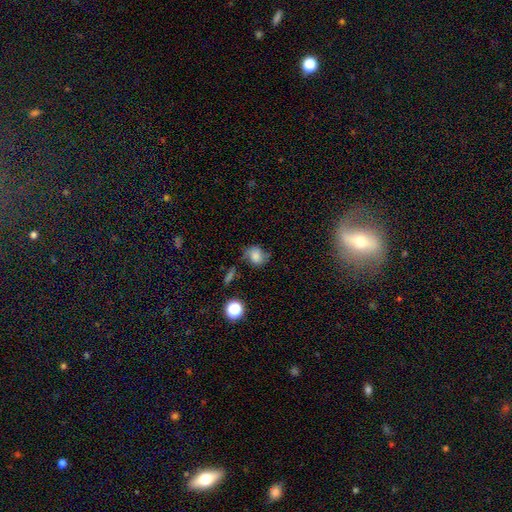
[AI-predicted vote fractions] A smooth galaxy with no disk features (64%) that is round (57%).

Vote fractions:
- Smooth or featured? smooth: 64% / featured or disk: 23% / star or artifact: 13%
- How rounded? round: 57% / in between: 41% / cigar-shaped: 2%
- Merging? none: 54% / minor disturbance: 28% / major disturbance: 13% / merger: 5%